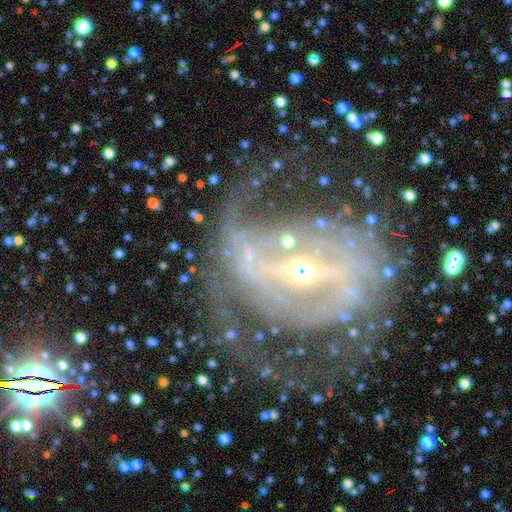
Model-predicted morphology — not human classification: Smooth or featured?
  - featured or disk: 84% *
  - star or artifact: 9%
  - smooth: 6%
Edge-on disk?
  - no: 94% *
  - yes: 6%
Bar?
  - strong: 61% *
  - weak: 27%
  - no: 12%
Spiral arms?
  - yes: 84% *
  - no: 16%
Spiral winding?
  - medium: 39% *
  - loose: 37%
  - tight: 24%
Spiral arm count?
  - 2: 63% *
  - can't tell: 19%
  - 1: 6%
  - 3: 5%
  - 4: 3%
  - more than 4: 3%
Bulge size?
  - small: 55% *
  - moderate: 39%
  - large: 3%
  - none: 2%
  - dominant: 1%
Merging?
  - none: 53% *
  - major disturbance: 26%
  - minor disturbance: 18%
  - merger: 4%